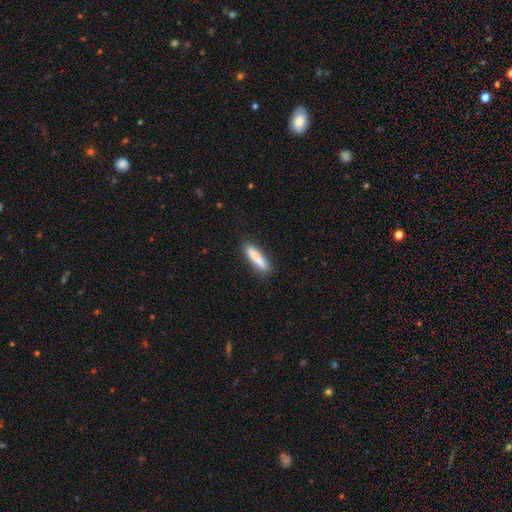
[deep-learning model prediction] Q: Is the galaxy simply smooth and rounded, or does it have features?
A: smooth — 67%.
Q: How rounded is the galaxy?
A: cigar-shaped — 78%.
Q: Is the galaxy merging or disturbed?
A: none — 80%.